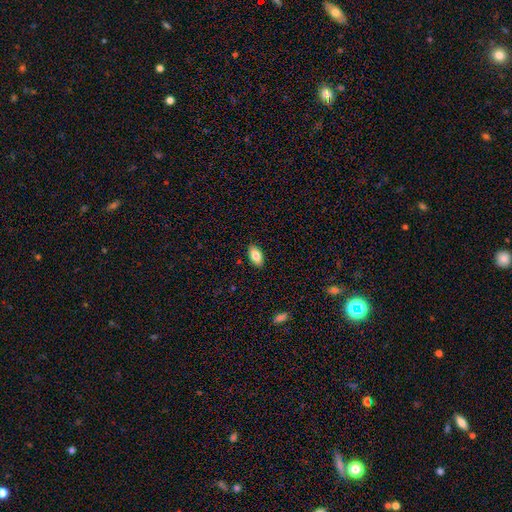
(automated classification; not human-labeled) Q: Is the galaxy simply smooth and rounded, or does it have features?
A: smooth — 82%.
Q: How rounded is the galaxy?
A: in between — 92%.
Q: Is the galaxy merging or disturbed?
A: none — 89%.